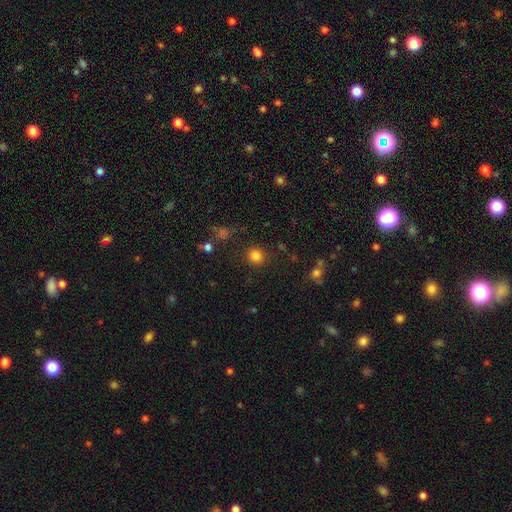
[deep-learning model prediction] Smooth or featured?
  - smooth: 83% *
  - star or artifact: 13%
  - featured or disk: 4%
How rounded?
  - round: 91% *
  - in between: 8%
  - cigar-shaped: 1%
Merging?
  - none: 88% *
  - minor disturbance: 7%
  - major disturbance: 3%
  - merger: 2%